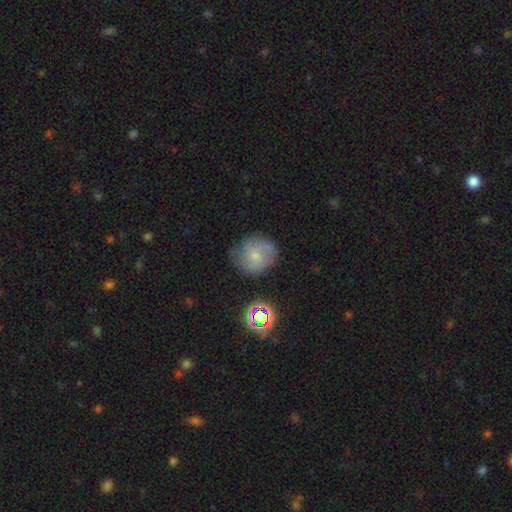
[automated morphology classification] smooth-or-featured: smooth: 54% | featured or disk: 33% | star or artifact: 13%
  how-rounded: round: 80% | in between: 19% | cigar-shaped: 1%
  merging: none: 61% | minor disturbance: 26% | major disturbance: 9% | merger: 3%